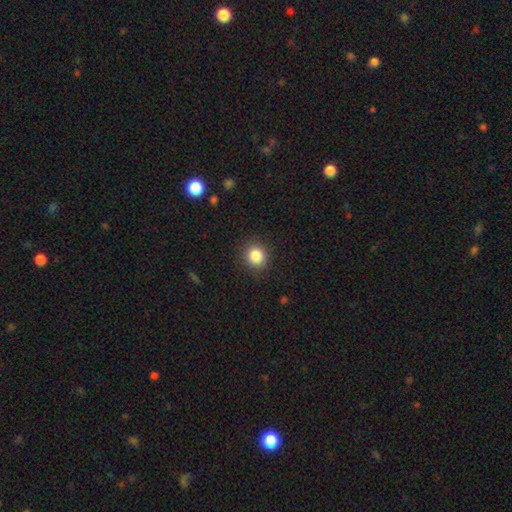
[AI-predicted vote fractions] Smooth or featured?
  - smooth: 85% *
  - star or artifact: 10%
  - featured or disk: 5%
How rounded?
  - round: 86% *
  - in between: 13%
  - cigar-shaped: 1%
Merging?
  - none: 89% *
  - minor disturbance: 7%
  - major disturbance: 2%
  - merger: 1%